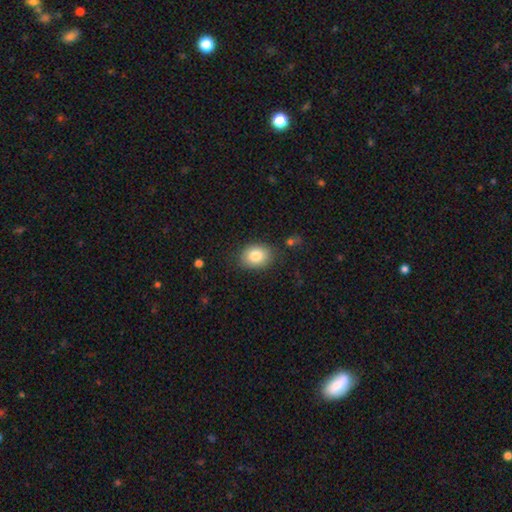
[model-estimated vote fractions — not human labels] The model was most divided on "how rounded": in between: 57%, round: 42%, cigar-shaped: 1%. More confident: smooth or featured — smooth (83%); merging — none (82%).